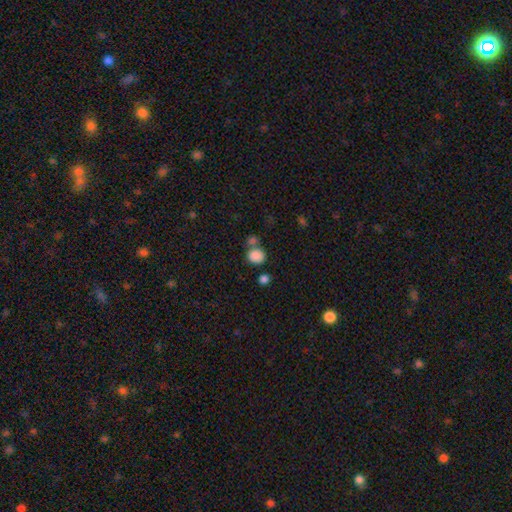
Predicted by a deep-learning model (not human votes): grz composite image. It shows a smooth galaxy with no disk features (85%) that is round (77%). Merging: none (60%).